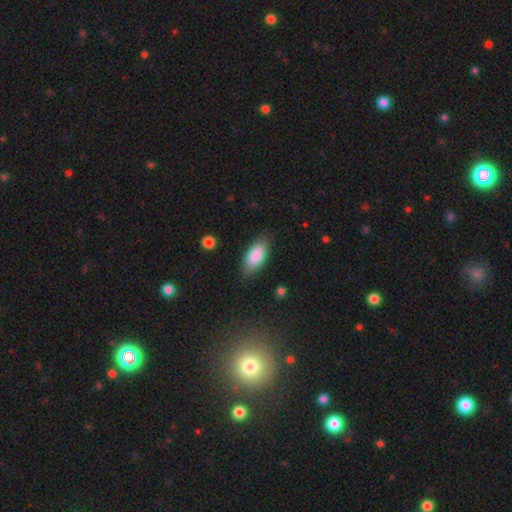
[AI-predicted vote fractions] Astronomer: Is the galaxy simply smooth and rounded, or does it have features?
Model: smooth — 85%.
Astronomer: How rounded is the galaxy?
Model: in between — 89%.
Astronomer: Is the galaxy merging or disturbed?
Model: none — 80%.